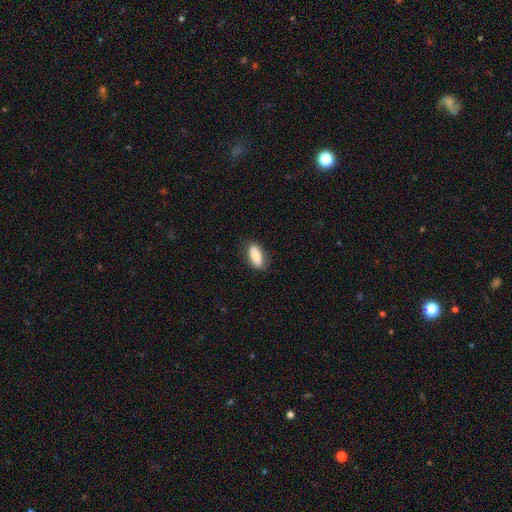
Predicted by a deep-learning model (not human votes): A smooth galaxy with no disk features (80%) that is in between round and cigar-shaped (83%).

Vote fractions:
- Smooth or featured? smooth: 80% / featured or disk: 14% / star or artifact: 6%
- How rounded? in between: 83% / cigar-shaped: 14% / round: 3%
- Merging? none: 82% / minor disturbance: 14% / major disturbance: 3% / merger: 1%